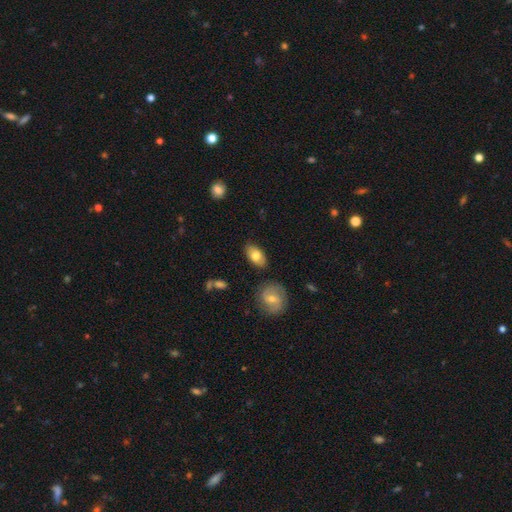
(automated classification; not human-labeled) A smooth galaxy with no disk features (75%) that is in between round and cigar-shaped (92%). Merging: none (83%).